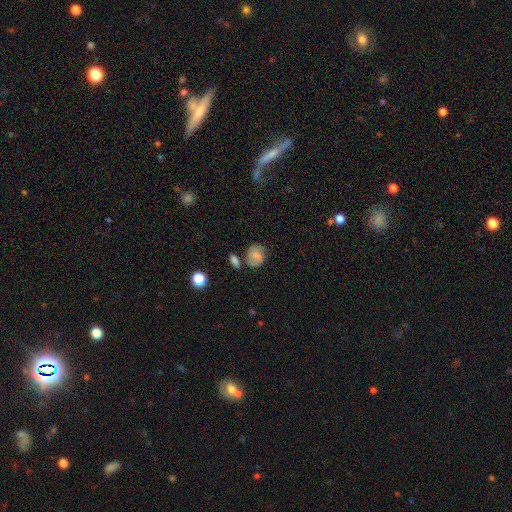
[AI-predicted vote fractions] smooth 63%, featured or disk 27%, star or artifact 10%. Down the decision tree: how rounded — round (56%); merging — none (59%).